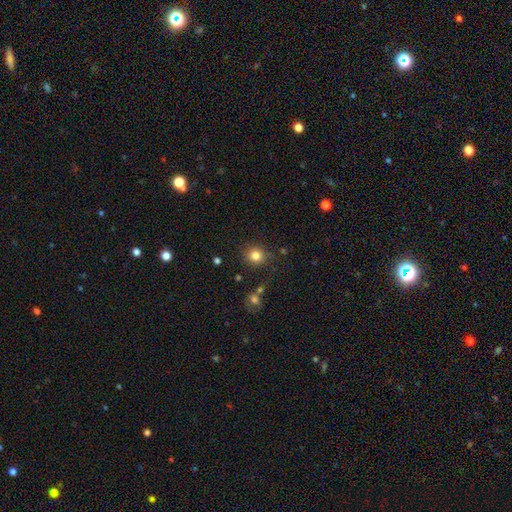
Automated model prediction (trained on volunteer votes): smooth 82%, star or artifact 12%, featured or disk 6%. Down the decision tree: how rounded — round (88%); merging — none (84%).